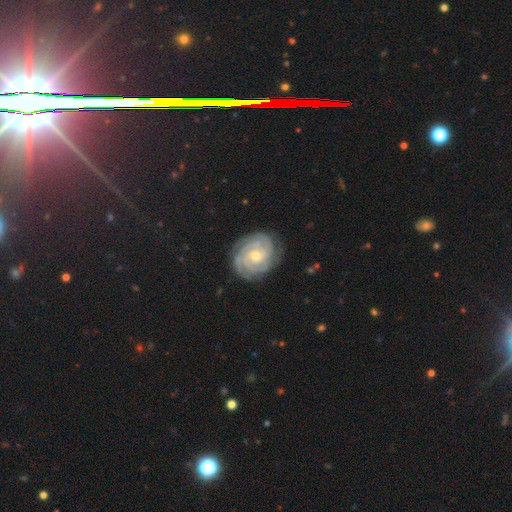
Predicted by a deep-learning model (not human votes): Morphology: type=featured or disk (88%); edge-on=no (98%); bar=no (65%); spiral arms=yes (98%); winding=tight (82%); arm count=3 (25%); bulge=small (51%); merging=none (82%).